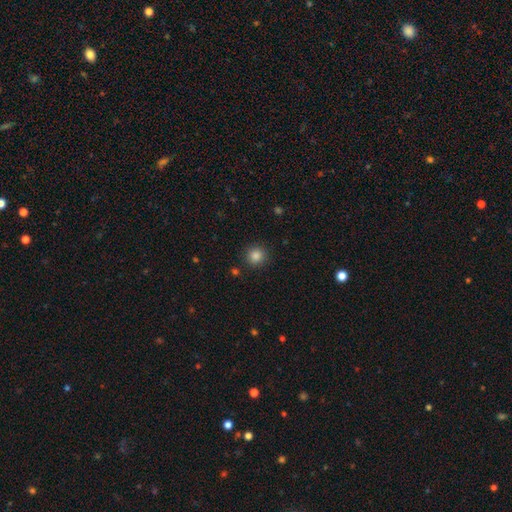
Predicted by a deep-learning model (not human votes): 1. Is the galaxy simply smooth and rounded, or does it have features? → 85% smooth, 11% star or artifact, 4% featured or disk.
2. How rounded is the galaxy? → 92% round, 8% in between, 1% cigar-shaped.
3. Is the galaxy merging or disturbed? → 89% none, 7% minor disturbance, 2% major disturbance, 2% merger.